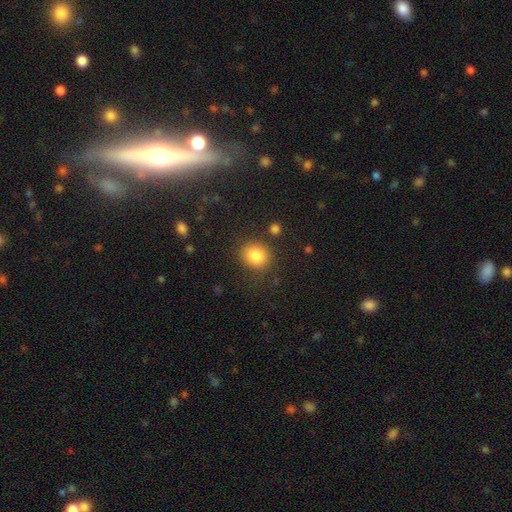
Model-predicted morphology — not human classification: Smooth or featured?
  - smooth: 84% *
  - star or artifact: 10%
  - featured or disk: 6%
How rounded?
  - round: 71% *
  - in between: 28%
  - cigar-shaped: 1%
Merging?
  - none: 82% *
  - minor disturbance: 11%
  - major disturbance: 4%
  - merger: 3%